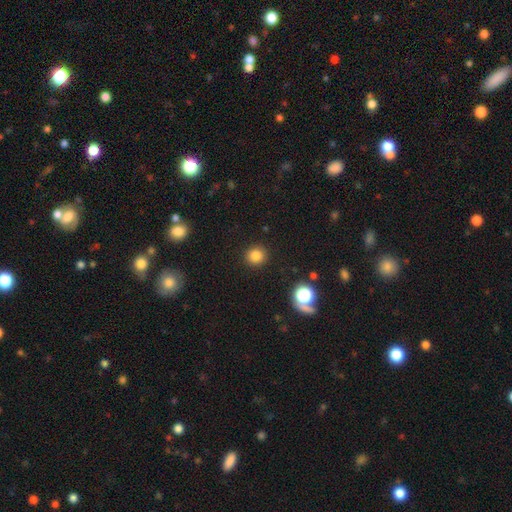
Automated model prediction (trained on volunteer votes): Smooth or featured? smooth (82%)
How rounded? round (91%)
Merging? none (91%)